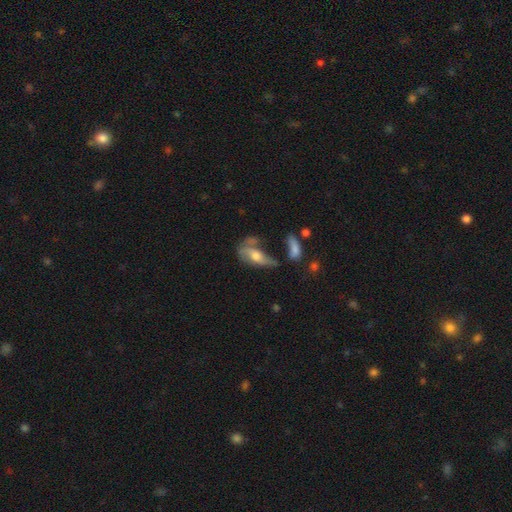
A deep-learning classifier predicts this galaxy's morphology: Smooth or featured? Predicted: featured or disk (p=0.47). Merging? Predicted: major disturbance (p=0.31).